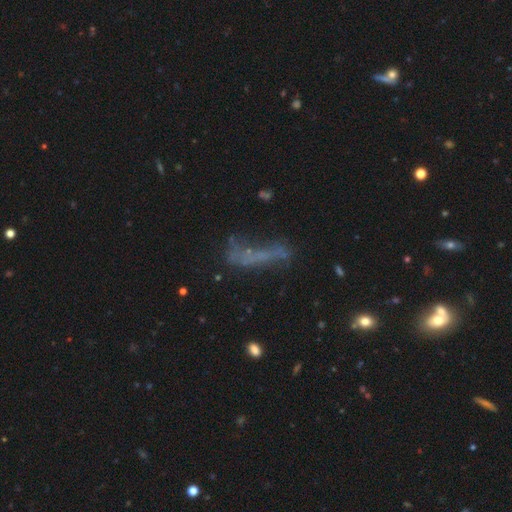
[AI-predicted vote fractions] The model was most divided on "smooth or featured": featured or disk: 39%, smooth: 38%, star or artifact: 23%. Remaining: merging — none (36%).